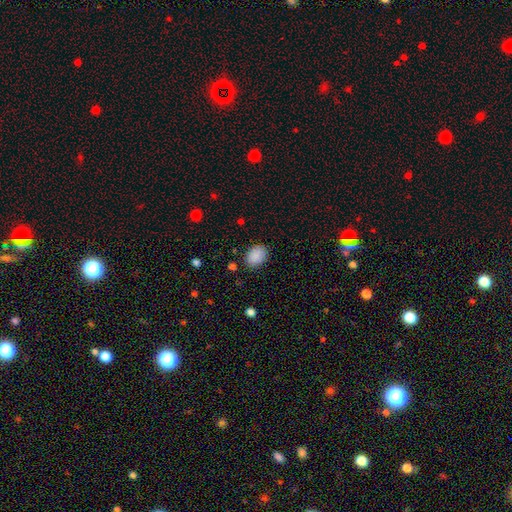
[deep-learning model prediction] Morphology: type=smooth (89%); roundness=in between (69%); merging=none (85%).